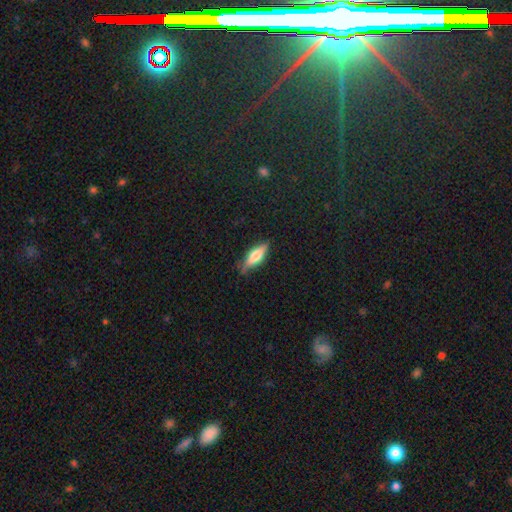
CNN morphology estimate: smooth_or_featured: smooth (p=0.57) [alt: featured or disk p=0.36]
how_rounded: in between (p=0.50) [alt: cigar-shaped p=0.47]
merging: none (p=0.77) [alt: minor disturbance p=0.18]